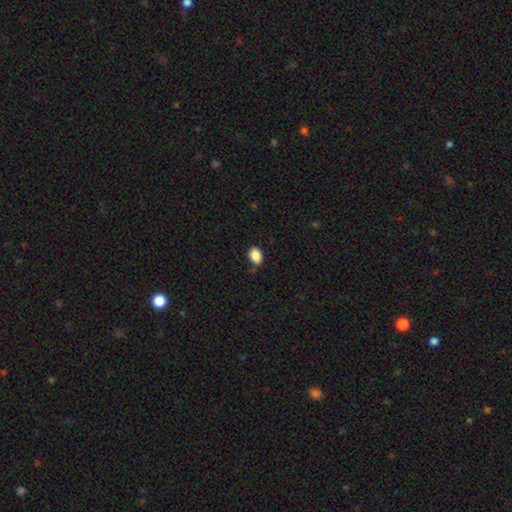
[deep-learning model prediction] Overall: smooth (88%). How rounded: in between (77%). Merging: none (72%).